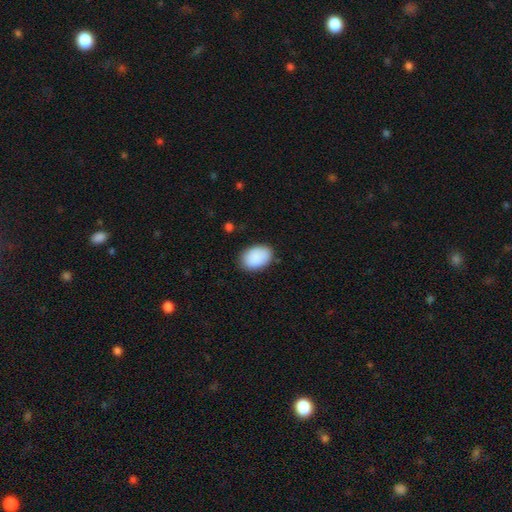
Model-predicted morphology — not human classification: smooth-or-featured: smooth: 90% | star or artifact: 6% | featured or disk: 4%
  how-rounded: in between: 87% | round: 12% | cigar-shaped: 1%
  merging: none: 84% | minor disturbance: 12% | major disturbance: 3% | merger: 1%